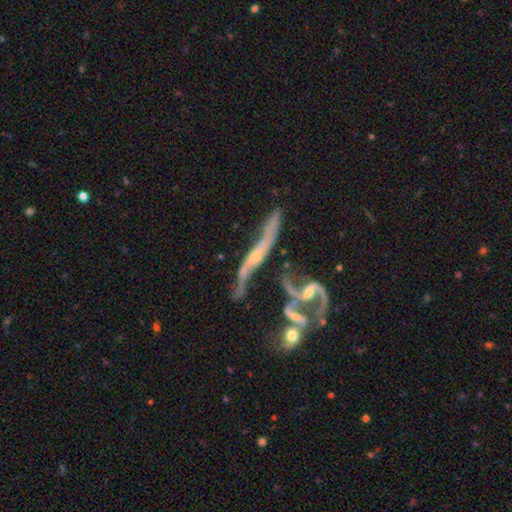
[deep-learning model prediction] smooth_or_featured: featured or disk (p=0.76) [alt: star or artifact p=0.12]
disk_edge_on: no (p=0.53) [alt: yes p=0.47]
merging: merger (p=0.37) [alt: none p=0.29]